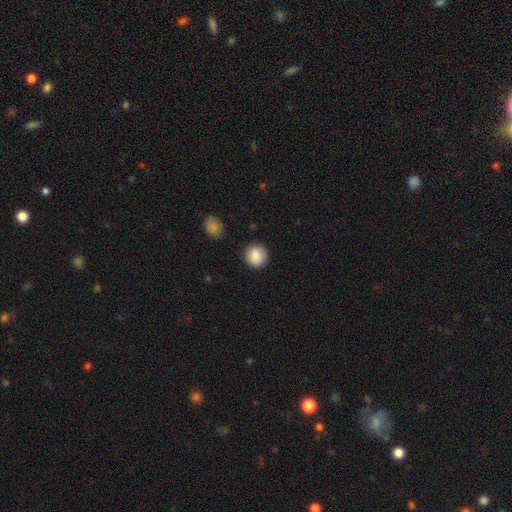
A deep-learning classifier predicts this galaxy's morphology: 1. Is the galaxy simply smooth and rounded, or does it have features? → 88% smooth, 8% star or artifact, 5% featured or disk.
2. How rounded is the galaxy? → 91% round, 8% in between, 1% cigar-shaped.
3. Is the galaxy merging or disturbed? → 89% none, 7% minor disturbance, 2% major disturbance, 1% merger.